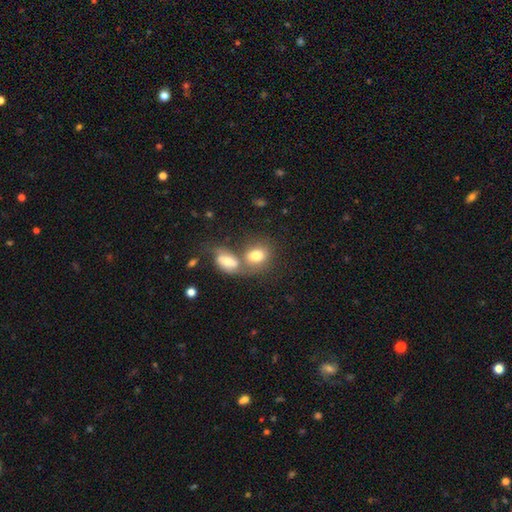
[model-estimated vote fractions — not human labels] Smooth or featured: smooth — 74% (featured or disk — 18%)
How rounded: in between — 65% (round — 34%)
Merging: merger — 55% (none — 30%)